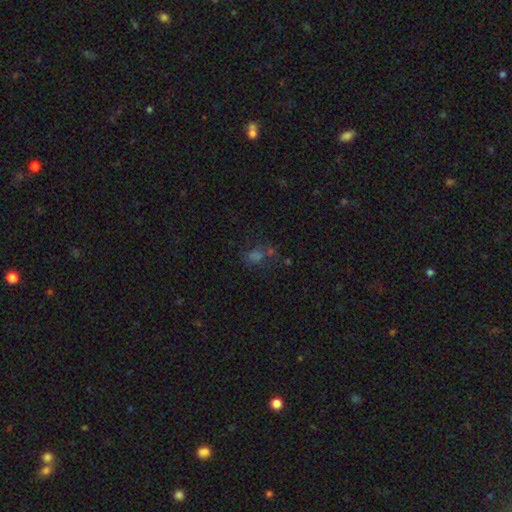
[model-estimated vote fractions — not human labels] smooth_or_featured: smooth (p=0.50) [alt: star or artifact p=0.37]
merging: none (p=0.52) [alt: merger p=0.18]